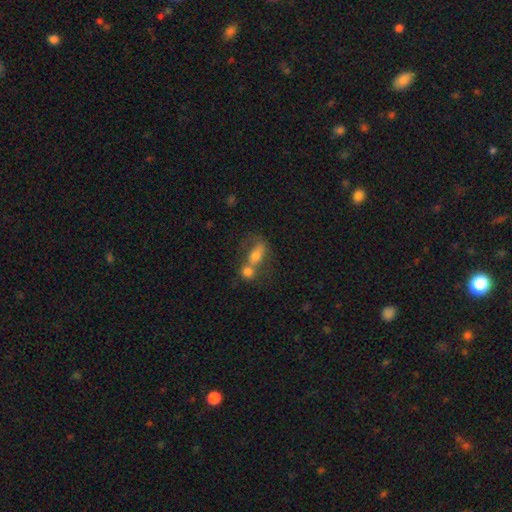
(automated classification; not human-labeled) This appears to be a smooth galaxy with no disk features (65%) that is in between round and cigar-shaped (72%). Merging: merger (67%).